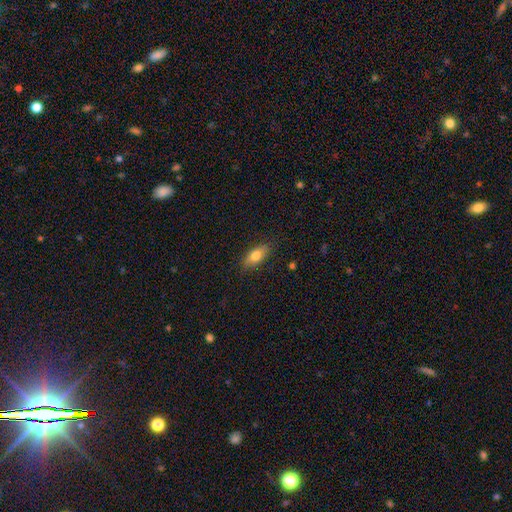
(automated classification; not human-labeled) Smooth or featured: smooth — 74% (featured or disk — 19%)
How rounded: in between — 78% (cigar-shaped — 17%)
Merging: none — 85% (minor disturbance — 11%)